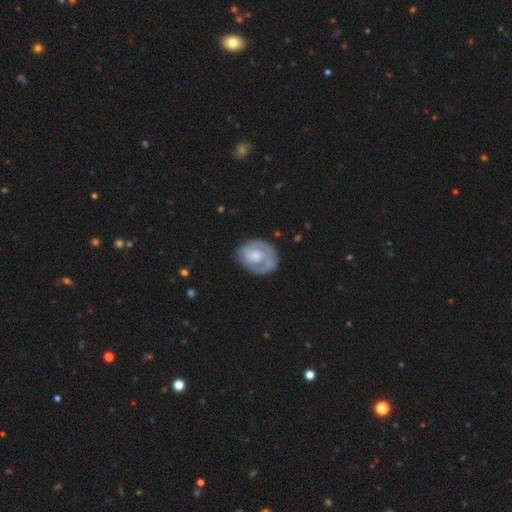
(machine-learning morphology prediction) Smooth or featured? Predicted: featured or disk (p=0.66). Edge-on disk? Predicted: no (p=0.98). Bar? Predicted: no (p=0.73). Spiral arms? Predicted: yes (p=0.78). Spiral winding? Predicted: tight (p=0.60). Spiral arm count? Predicted: 1 (p=0.38). Bulge size? Predicted: moderate (p=0.39). Merging? Predicted: none (p=0.67).